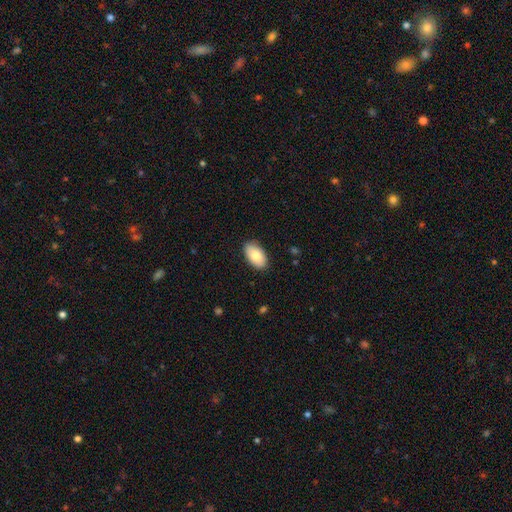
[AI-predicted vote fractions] This is clearly a smooth galaxy (83%). How rounded: clearly in between (95%). Merging: clearly none (87%).